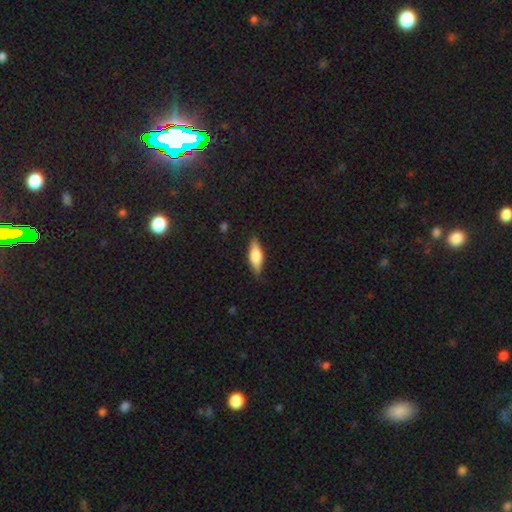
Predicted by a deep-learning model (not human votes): smooth_or_featured: smooth (p=0.58) [alt: featured or disk p=0.35]
how_rounded: in between (p=0.62) [alt: cigar-shaped p=0.36]
merging: none (p=0.84) [alt: minor disturbance p=0.13]